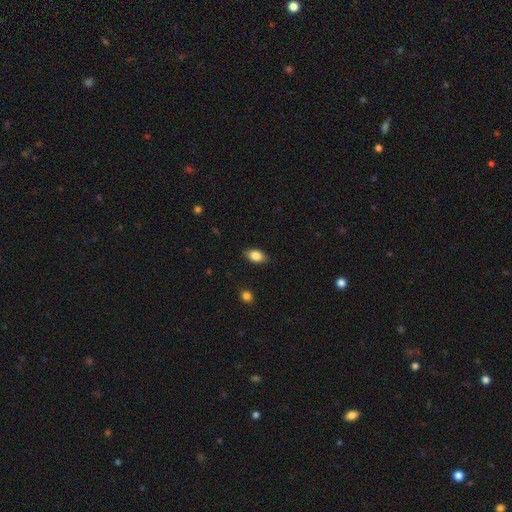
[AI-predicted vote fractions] smooth_or_featured: smooth (p=0.84) [alt: featured or disk p=0.08]
how_rounded: in between (p=0.88) [alt: round p=0.08]
merging: none (p=0.85) [alt: minor disturbance p=0.11]